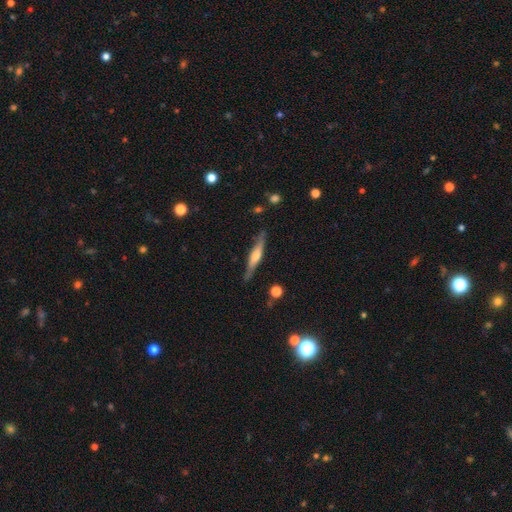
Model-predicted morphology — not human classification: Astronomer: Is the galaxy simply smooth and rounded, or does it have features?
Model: featured or disk — 60%.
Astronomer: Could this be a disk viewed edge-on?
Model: yes — 95%.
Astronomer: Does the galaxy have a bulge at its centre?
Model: rounded — 69%.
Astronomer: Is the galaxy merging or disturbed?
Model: none — 84%.